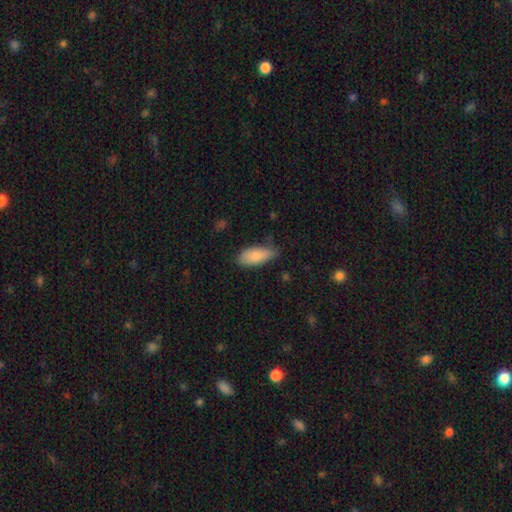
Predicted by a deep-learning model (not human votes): A smooth galaxy with no disk features (82%) that is in between round and cigar-shaped (86%). Merging: none (65%).